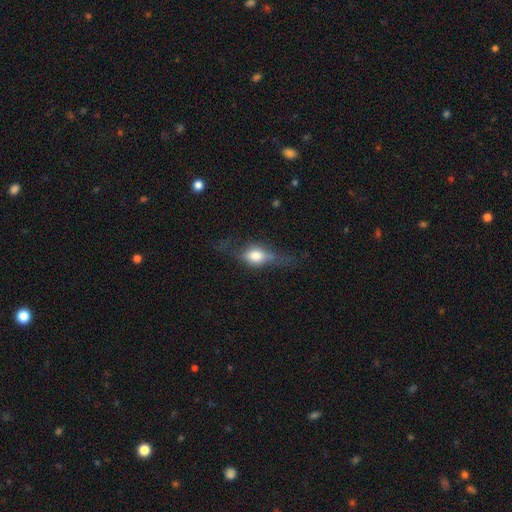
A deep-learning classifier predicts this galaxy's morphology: Smooth or featured?
  - smooth: 48% *
  - featured or disk: 43%
  - star or artifact: 9%
Merging?
  - none: 54% *
  - minor disturbance: 24%
  - major disturbance: 20%
  - merger: 2%